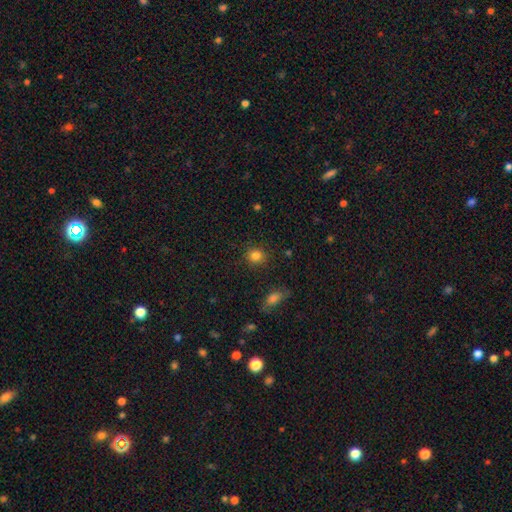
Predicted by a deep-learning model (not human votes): A smooth galaxy with no disk features (83%) that is round (84%).

Vote fractions:
- Smooth or featured? smooth: 83% / star or artifact: 12% / featured or disk: 5%
- How rounded? round: 84% / in between: 15% / cigar-shaped: 1%
- Merging? none: 87% / minor disturbance: 8% / major disturbance: 3% / merger: 2%